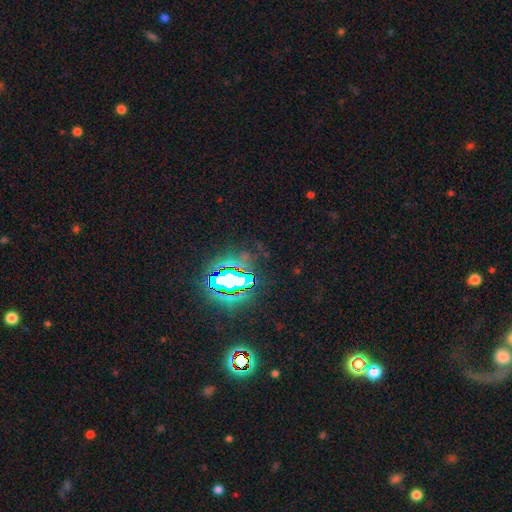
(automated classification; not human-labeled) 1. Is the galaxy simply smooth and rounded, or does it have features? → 80% star or artifact, 10% smooth, 9% featured or disk.